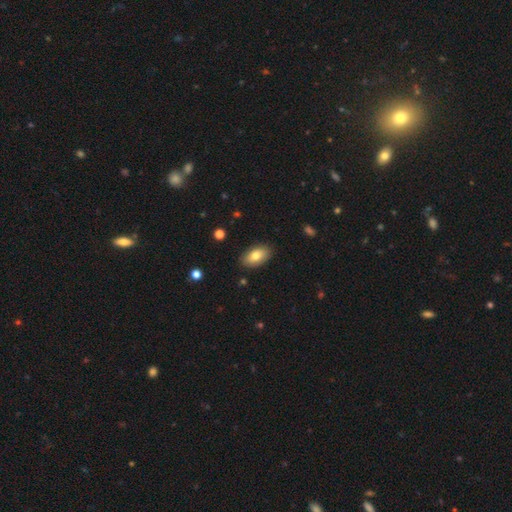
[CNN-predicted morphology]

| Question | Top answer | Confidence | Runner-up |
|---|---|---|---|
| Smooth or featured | smooth | 77% | featured or disk (16%) |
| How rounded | in between | 92% | round (5%) |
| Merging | none | 87% | minor disturbance (10%) |